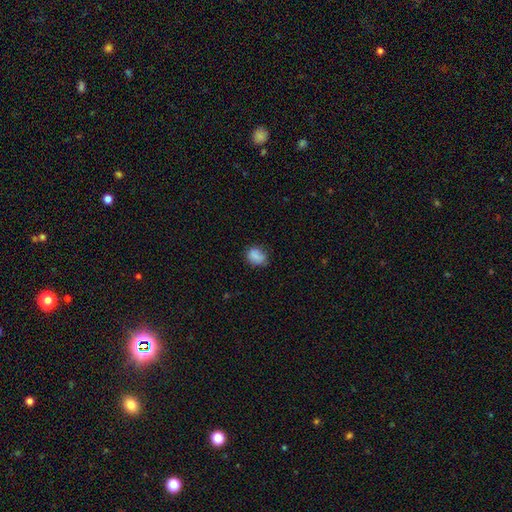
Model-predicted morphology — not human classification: Smooth or featured: smooth — 84% (star or artifact — 9%)
How rounded: in between — 55% (round — 44%)
Merging: none — 69% (minor disturbance — 24%)